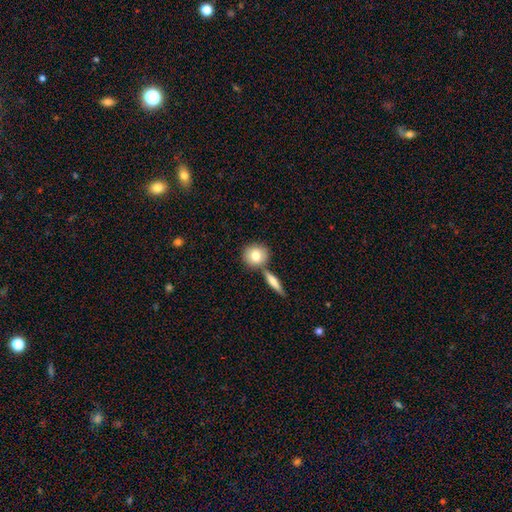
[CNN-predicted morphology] Smooth or featured?
  - smooth: 80% *
  - featured or disk: 13%
  - star or artifact: 7%
How rounded?
  - round: 84% *
  - in between: 14%
  - cigar-shaped: 2%
Merging?
  - none: 67% *
  - merger: 21%
  - minor disturbance: 10%
  - major disturbance: 3%